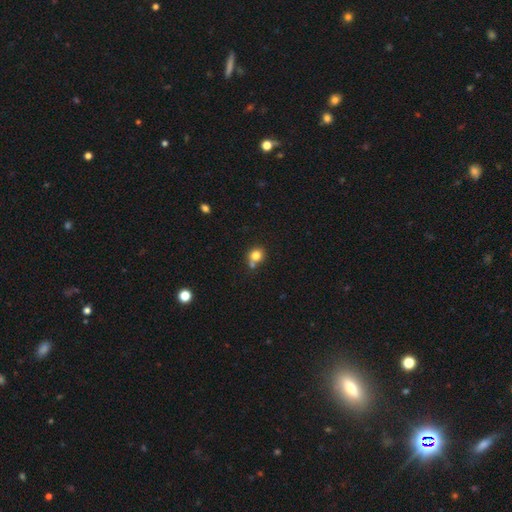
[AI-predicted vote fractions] Q: Smooth or featured?
A: smooth (79%); runner-up: star or artifact (12%)
Q: How rounded?
A: round (82%); runner-up: in between (17%)
Q: Merging?
A: none (58%); runner-up: merger (26%)